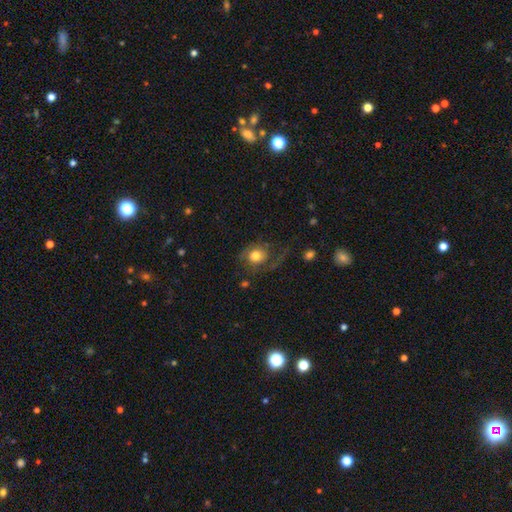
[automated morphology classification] smooth 48%, featured or disk 43%, star or artifact 9%. Down the decision tree: merging — none (44%).